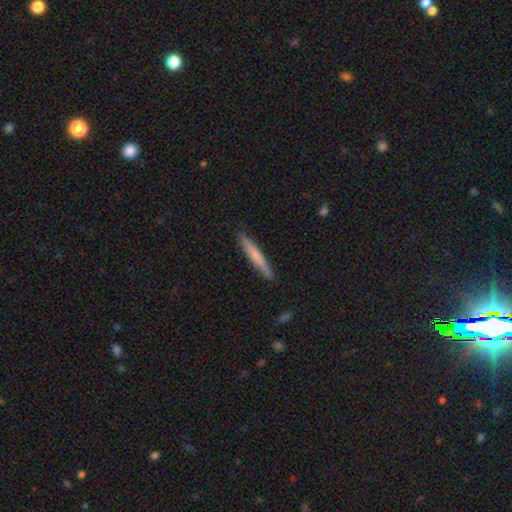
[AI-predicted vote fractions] This appears to be a smooth galaxy with no disk features (63%) that is cigar-shaped (96%). Merging: none (89%).